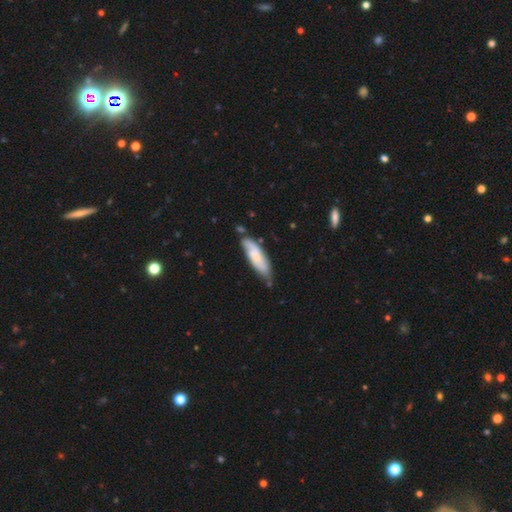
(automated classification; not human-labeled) The model was most divided on "how rounded": cigar-shaped: 50%, in between: 48%, round: 1%. More confident: merging — none (61%); smooth or featured — smooth (56%).